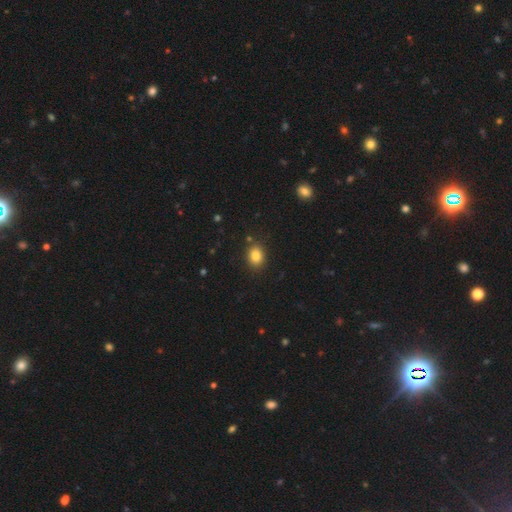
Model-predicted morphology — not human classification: smooth_or_featured: smooth (p=0.84) [alt: star or artifact p=0.10]
how_rounded: in between (p=0.58) [alt: round p=0.41]
merging: none (p=0.86) [alt: minor disturbance p=0.09]